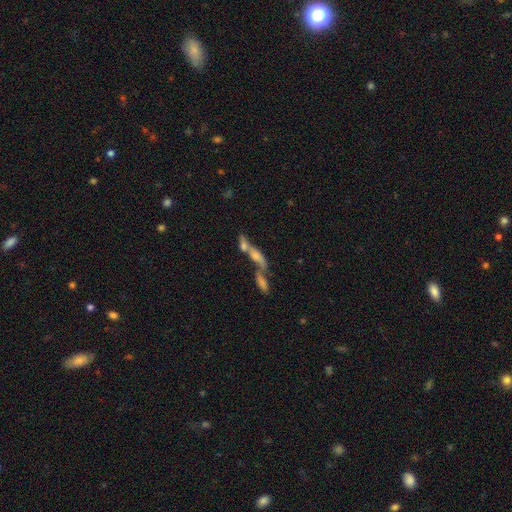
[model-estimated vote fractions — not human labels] This is possibly a featured or disk galaxy (45%). Merging: likely merger (64%).